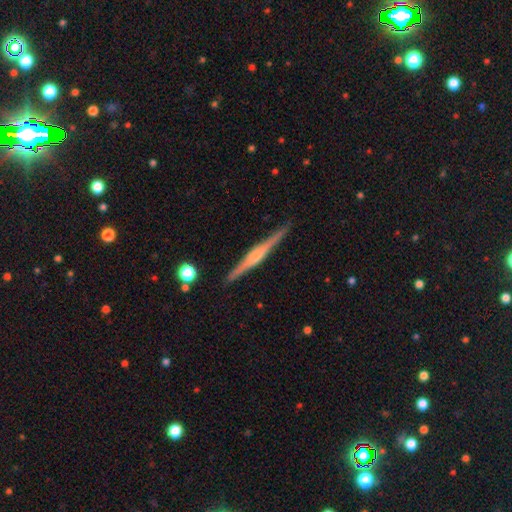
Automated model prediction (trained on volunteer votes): This is likely a featured or disk galaxy (79%). It is clearly viewed edge-on (98%). Edge-on bulge: likely rounded (73%). Merging: clearly none (90%).